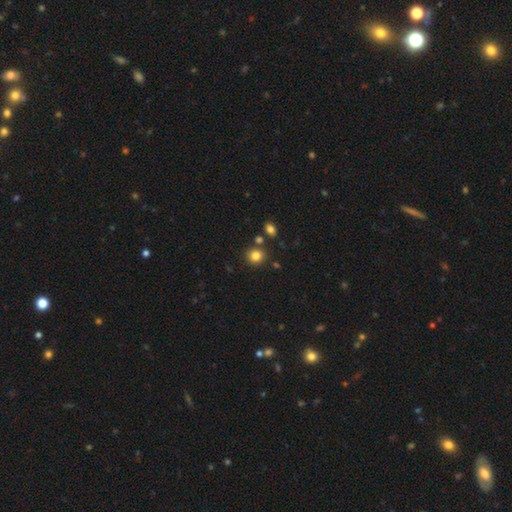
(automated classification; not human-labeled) Morphology: type=smooth (82%); roundness=round (87%); merging=none (81%).